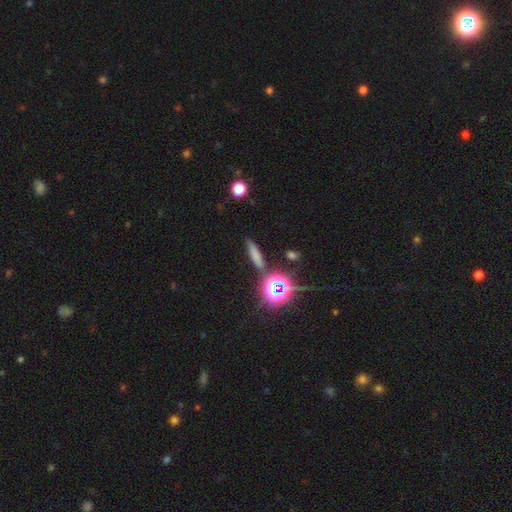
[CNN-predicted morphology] Smooth or featured: smooth — 61% (star or artifact — 25%)
How rounded: cigar-shaped — 76% (in between — 17%)
Merging: none — 78% (minor disturbance — 12%)